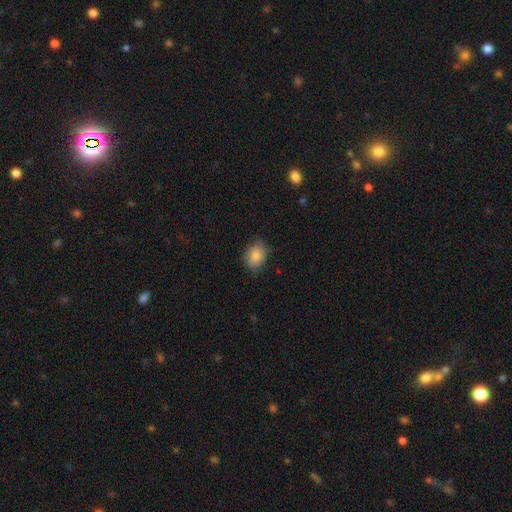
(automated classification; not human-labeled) This appears to be a smooth galaxy with no disk features (85%) that is in between round and cigar-shaped (55%). Merging: none (78%).